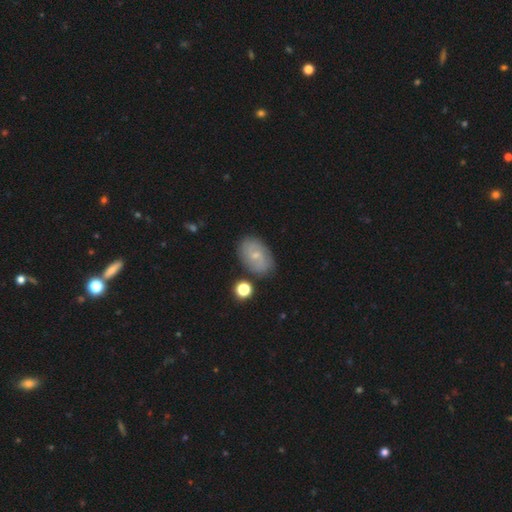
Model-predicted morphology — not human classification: Smooth or featured: featured or disk — 55% (smooth — 36%)
Edge-on disk: no — 96% (yes — 4%)
Bar: no — 55% (weak — 38%)
Spiral arms: yes — 78% (no — 22%)
Bulge size: small — 75% (moderate — 21%)
Merging: none — 79% (minor disturbance — 14%)